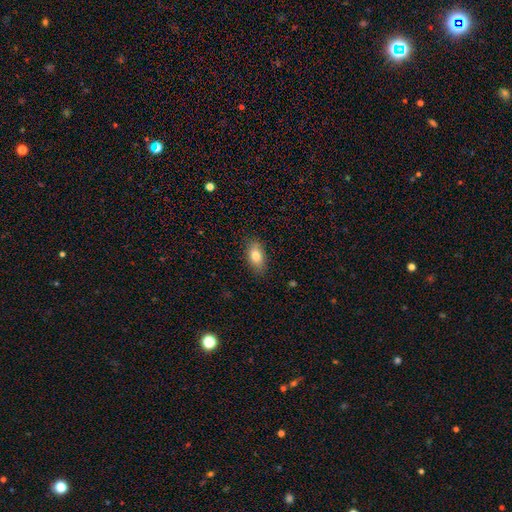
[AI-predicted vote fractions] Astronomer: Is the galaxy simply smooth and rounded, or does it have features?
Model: smooth — 80%.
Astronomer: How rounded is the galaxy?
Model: in between — 89%.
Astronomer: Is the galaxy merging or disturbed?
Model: none — 85%.